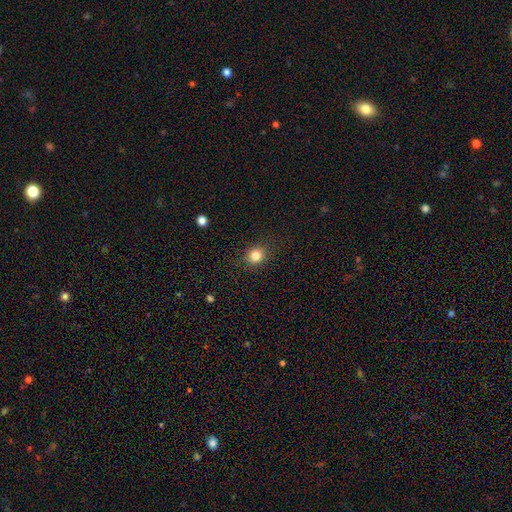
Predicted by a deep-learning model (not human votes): Smooth or featured? Predicted: smooth (p=0.82). How rounded? Predicted: round (p=0.75). Merging? Predicted: none (p=0.88).